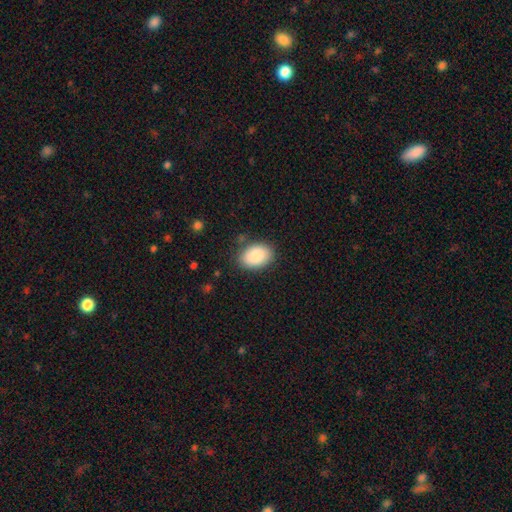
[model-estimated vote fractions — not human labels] smooth-or-featured: smooth: 89% | star or artifact: 6% | featured or disk: 4%
  how-rounded: in between: 86% | round: 13% | cigar-shaped: 1%
  merging: none: 83% | minor disturbance: 12% | major disturbance: 3% | merger: 2%